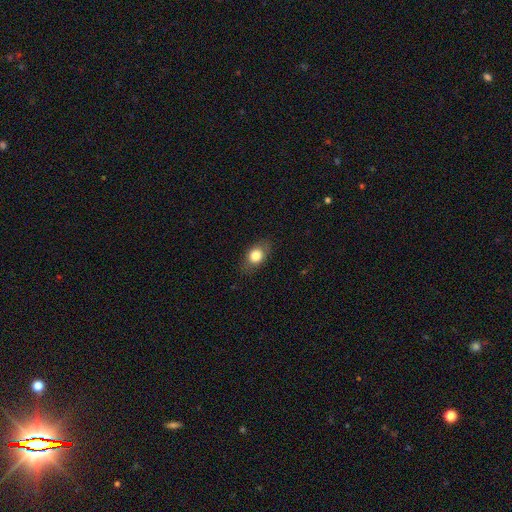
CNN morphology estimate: smooth-or-featured: smooth: 77% | featured or disk: 14% | star or artifact: 8%
  how-rounded: in between: 68% | round: 29% | cigar-shaped: 3%
  merging: none: 81% | minor disturbance: 14% | major disturbance: 4% | merger: 1%